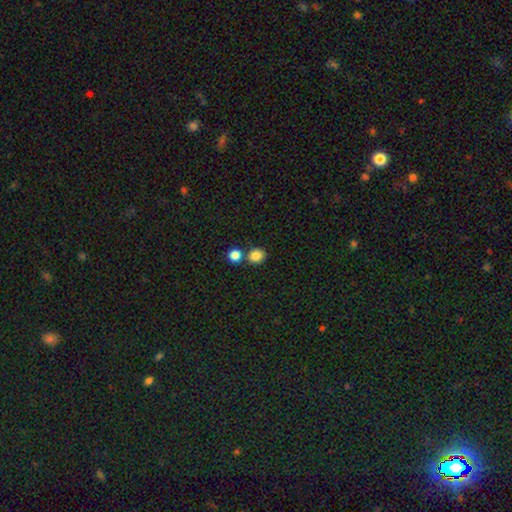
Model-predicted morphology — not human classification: Overall: smooth (84%). How rounded: round (79%). Merging: none (70%).